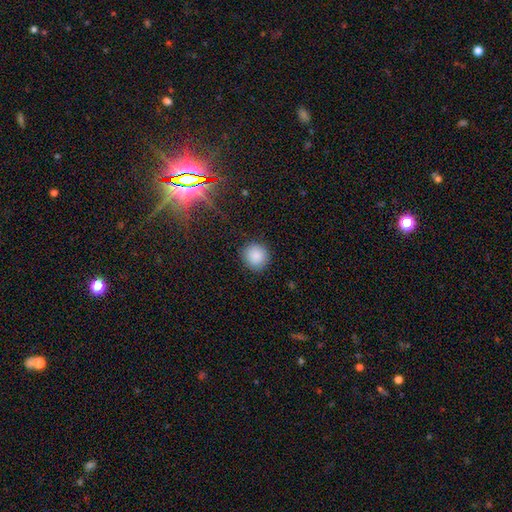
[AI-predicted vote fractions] This is clearly a smooth galaxy (87%). How rounded: clearly round (90%). Merging: clearly none (89%).